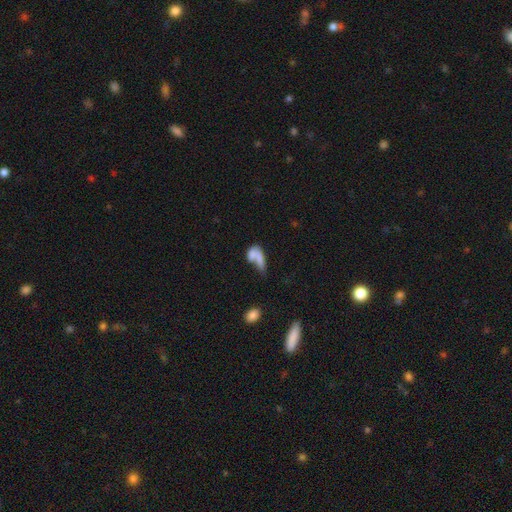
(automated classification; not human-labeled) smooth_or_featured: smooth (p=0.66) [alt: featured or disk p=0.24]
how_rounded: in between (p=0.71) [alt: cigar-shaped p=0.19]
merging: merger (p=0.51) [alt: none p=0.21]